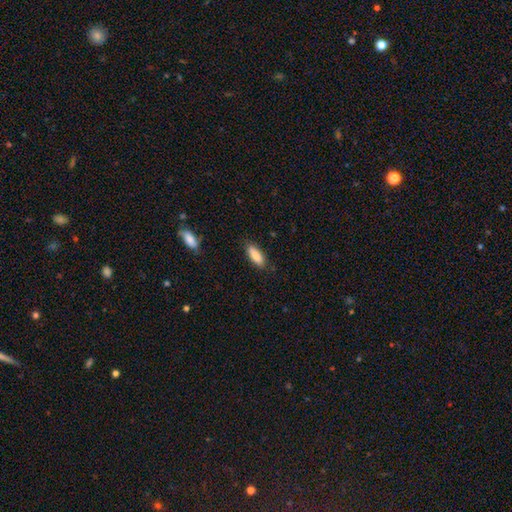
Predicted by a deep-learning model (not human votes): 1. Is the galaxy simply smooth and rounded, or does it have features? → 84% smooth, 10% featured or disk, 6% star or artifact.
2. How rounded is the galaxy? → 64% in between, 34% cigar-shaped, 2% round.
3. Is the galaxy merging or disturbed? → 84% none, 12% minor disturbance, 2% major disturbance, 2% merger.